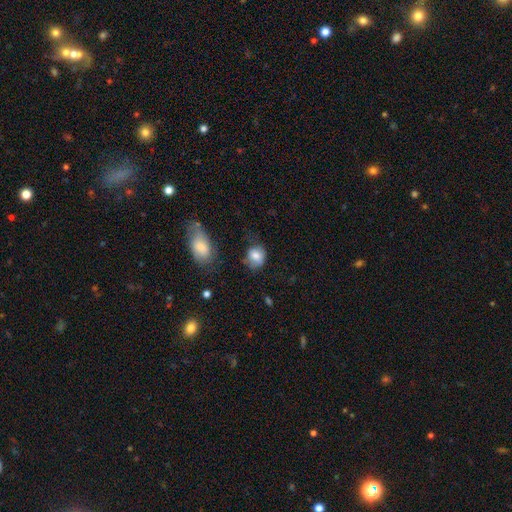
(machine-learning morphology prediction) Smooth or featured: smooth — 79% (featured or disk — 12%)
How rounded: round — 57% (in between — 42%)
Merging: none — 54% (minor disturbance — 30%)